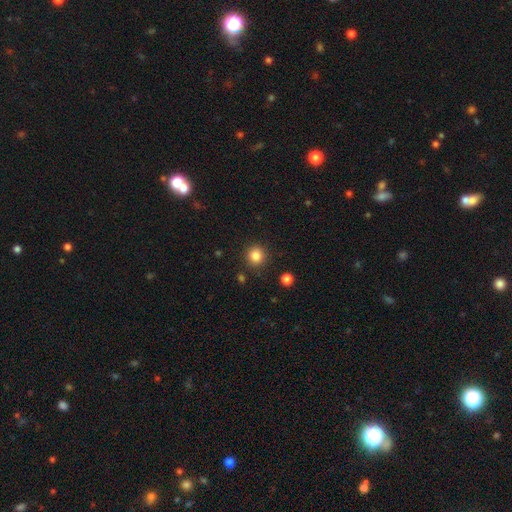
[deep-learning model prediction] This is clearly a smooth galaxy (85%). How rounded: clearly round (93%). Merging: clearly none (90%).